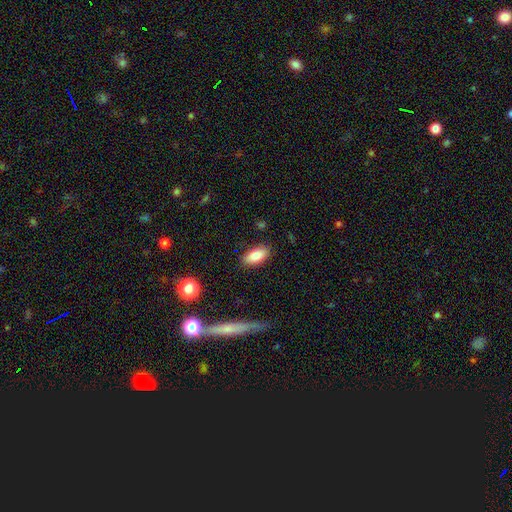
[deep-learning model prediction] Smooth or featured: smooth — 84% (featured or disk — 8%)
How rounded: in between — 89% (cigar-shaped — 8%)
Merging: none — 85% (minor disturbance — 11%)